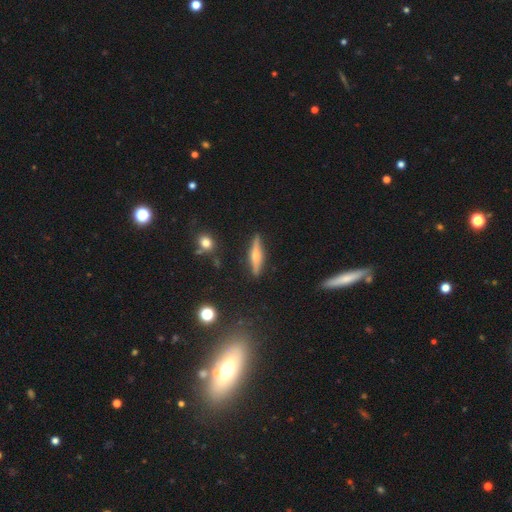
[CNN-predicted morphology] smooth_or_featured: featured or disk (p=0.57) [alt: smooth p=0.35]
disk_edge_on: yes (p=0.95) [alt: no p=0.05]
edge_on_bulge: rounded (p=0.80) [alt: boxy p=0.11]
merging: none (p=0.87) [alt: minor disturbance p=0.09]